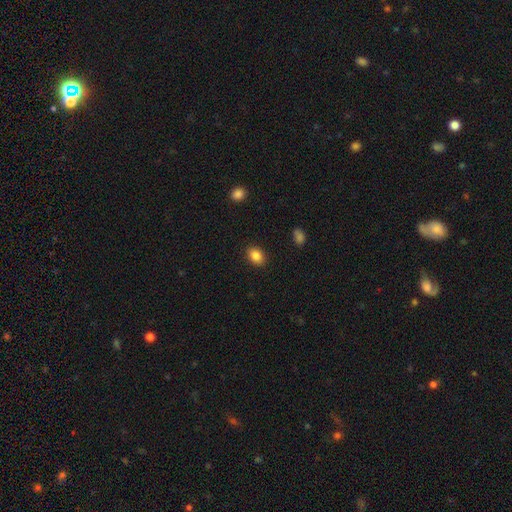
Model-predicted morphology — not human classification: smooth_or_featured: smooth (p=0.86) [alt: star or artifact p=0.09]
how_rounded: in between (p=0.77) [alt: round p=0.22]
merging: none (p=0.88) [alt: minor disturbance p=0.08]